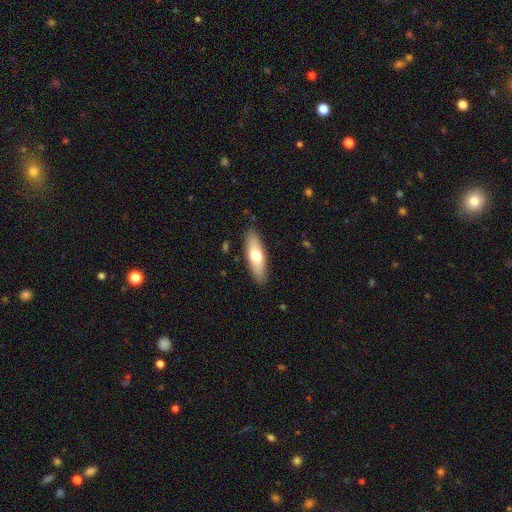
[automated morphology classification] A smooth galaxy with no disk features (65%) that is in between round and cigar-shaped (50%).

Vote fractions:
- Smooth or featured? smooth: 65% / featured or disk: 29% / star or artifact: 6%
- How rounded? in between: 50% / cigar-shaped: 48% / round: 2%
- Merging? none: 88% / minor disturbance: 9% / major disturbance: 2% / merger: 1%